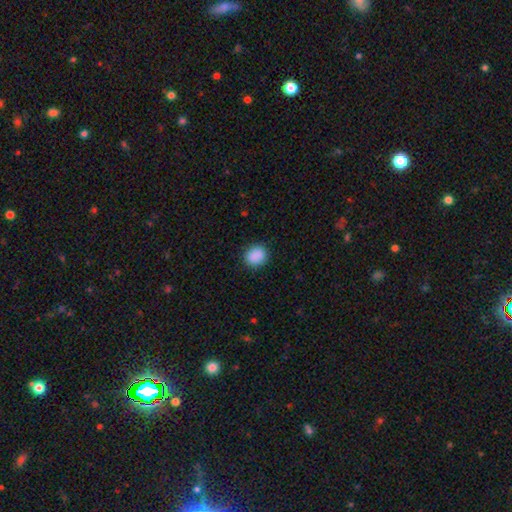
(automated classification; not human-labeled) Overall: smooth (89%). How rounded: round (68%; in between 31%). Merging: none (88%).